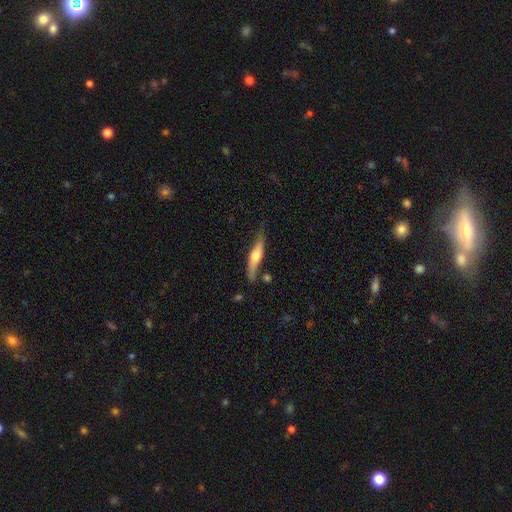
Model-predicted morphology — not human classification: This is possibly a featured or disk galaxy (53%). It is clearly viewed edge-on (90%). Merging: likely none (71%).